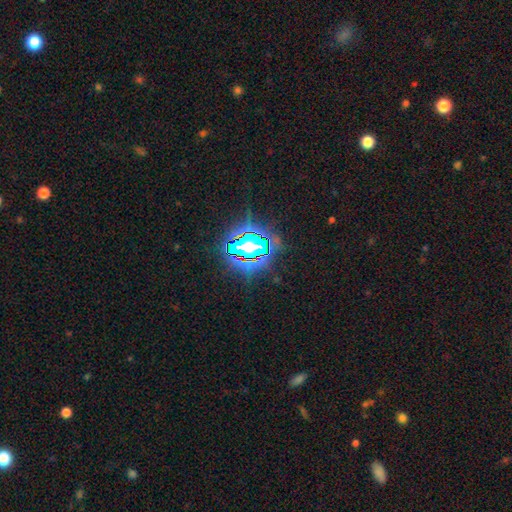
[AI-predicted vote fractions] Smooth or featured: star or artifact — 70% (smooth — 17%)